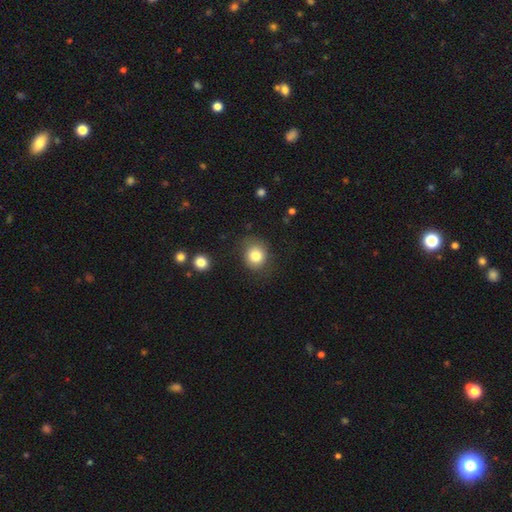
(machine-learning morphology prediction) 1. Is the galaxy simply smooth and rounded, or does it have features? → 81% smooth, 10% star or artifact, 9% featured or disk.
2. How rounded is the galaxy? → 74% round, 25% in between, 1% cigar-shaped.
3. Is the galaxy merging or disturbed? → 77% none, 15% minor disturbance, 5% major disturbance, 2% merger.